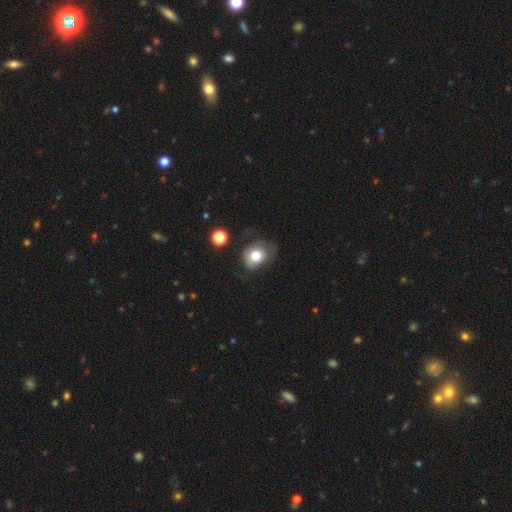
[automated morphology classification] smooth-or-featured: smooth: 74% | featured or disk: 16% | star or artifact: 10%
  how-rounded: round: 55% | in between: 44% | cigar-shaped: 1%
  merging: none: 56% | minor disturbance: 28% | major disturbance: 13% | merger: 3%